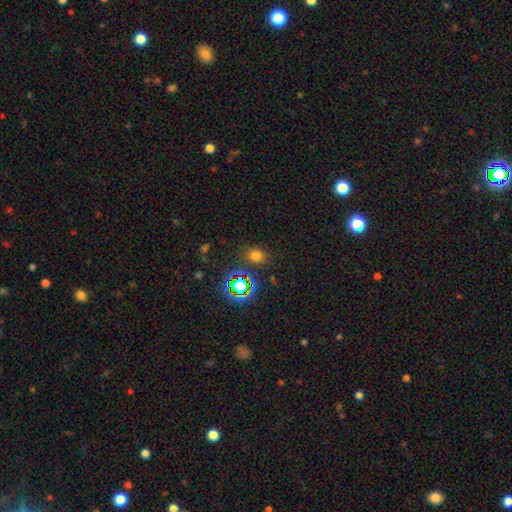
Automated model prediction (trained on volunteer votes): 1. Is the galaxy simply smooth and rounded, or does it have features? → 62% smooth, 31% star or artifact, 6% featured or disk.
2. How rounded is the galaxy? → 60% round, 39% in between, 1% cigar-shaped.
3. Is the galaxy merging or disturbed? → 80% none, 11% minor disturbance, 4% major disturbance, 4% merger.